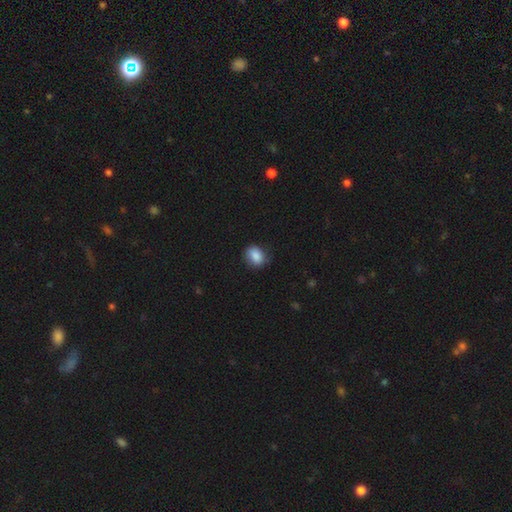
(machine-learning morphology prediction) Smooth or featured?
  - smooth: 86% *
  - star or artifact: 8%
  - featured or disk: 6%
How rounded?
  - in between: 61% *
  - round: 38%
  - cigar-shaped: 1%
Merging?
  - none: 74% *
  - minor disturbance: 20%
  - major disturbance: 5%
  - merger: 1%